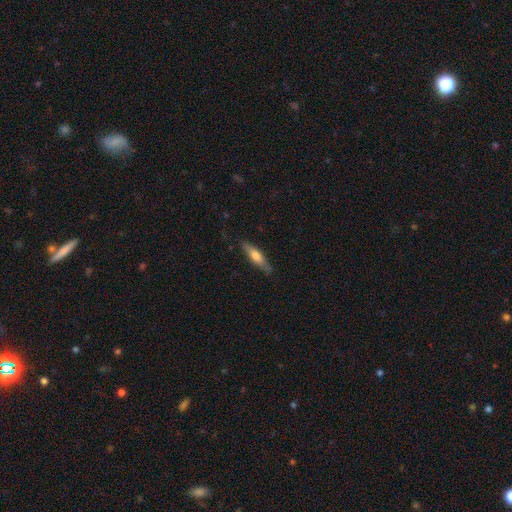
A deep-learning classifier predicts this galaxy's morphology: Smooth or featured: smooth — 55% (featured or disk — 39%)
How rounded: cigar-shaped — 76% (in between — 22%)
Merging: none — 83% (minor disturbance — 13%)